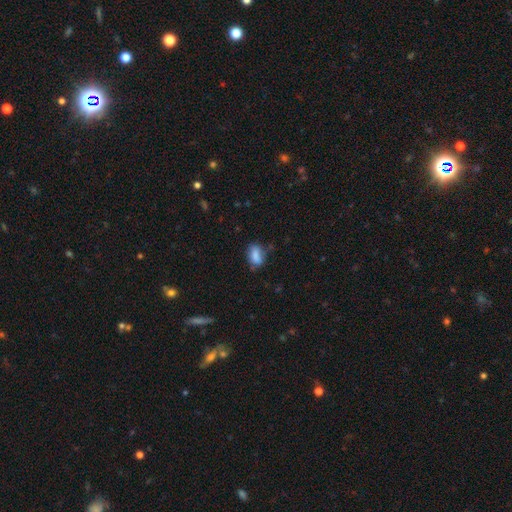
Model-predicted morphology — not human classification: A smooth galaxy with no disk features (82%) that is in between round and cigar-shaped (85%). Merging: none (63%).